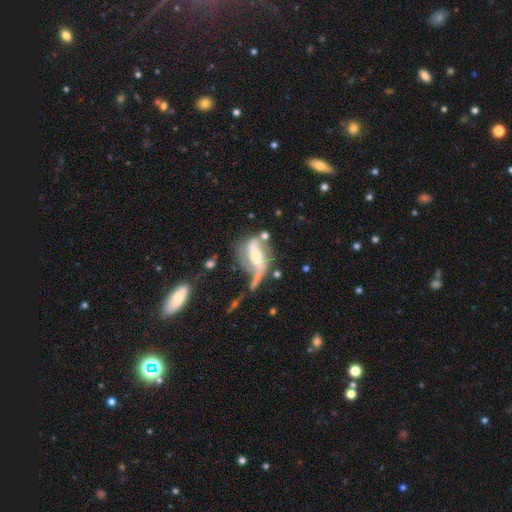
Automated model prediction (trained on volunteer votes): featured or disk 76%, smooth 17%, star or artifact 7%. Down the decision tree: edge-on disk — no (90%); bar — strong (46%); spiral arms — yes (81%); spiral arm count — 2 (70%); spiral winding — loose (59%); bulge size — moderate (48%); merging — none (33%).